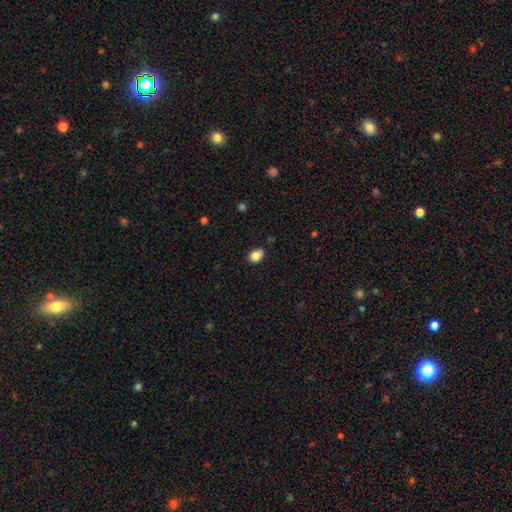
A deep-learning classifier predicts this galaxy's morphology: The model was most divided on "how rounded": in between: 69%, round: 30%, cigar-shaped: 1%. More confident: smooth or featured — smooth (86%); merging — none (74%).